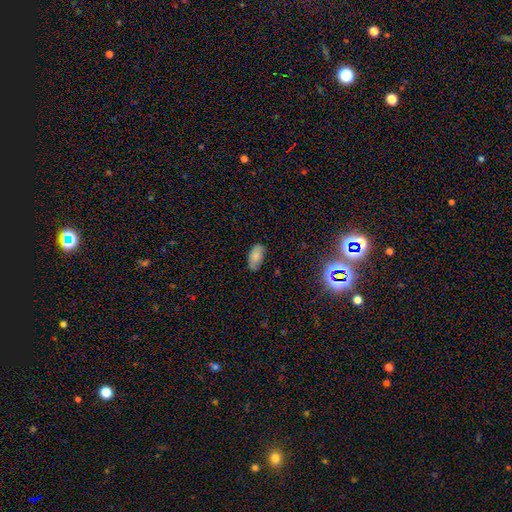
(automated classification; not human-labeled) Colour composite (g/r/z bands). It shows a smooth galaxy with no disk features (81%) that is in between round and cigar-shaped (94%). Merging: none (73%).